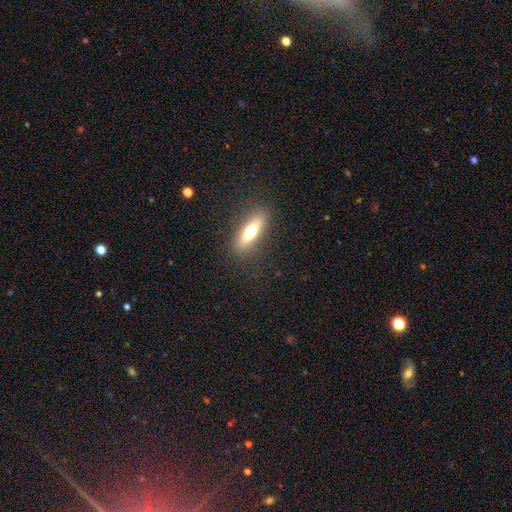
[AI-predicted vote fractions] smooth 46%, featured or disk 37%, star or artifact 17%. Down the decision tree: merging — none (86%).